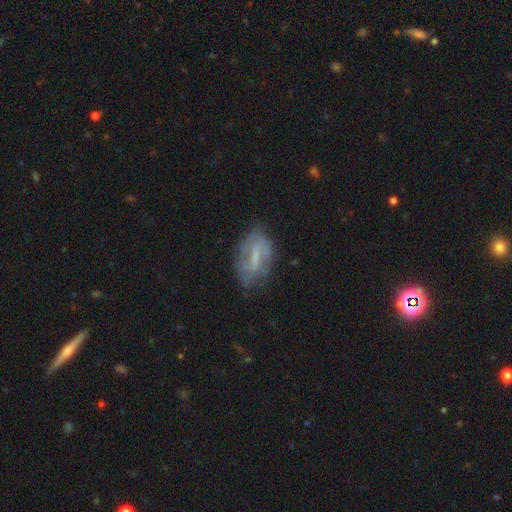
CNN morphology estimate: featured or disk 66%, smooth 25%, star or artifact 8%. Down the decision tree: edge-on disk — no (93%); bar — weak (45%); spiral arms — yes (71%); bulge size — none (39%); merging — none (61%).